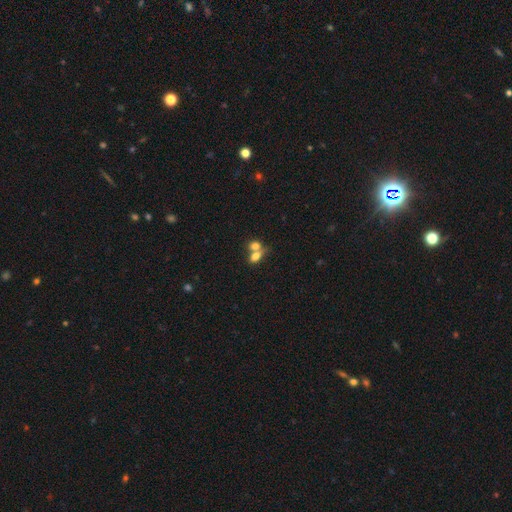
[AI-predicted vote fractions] This appears to be a smooth galaxy with no disk features (76%) that is in between round and cigar-shaped (80%). Merging: merger (64%).